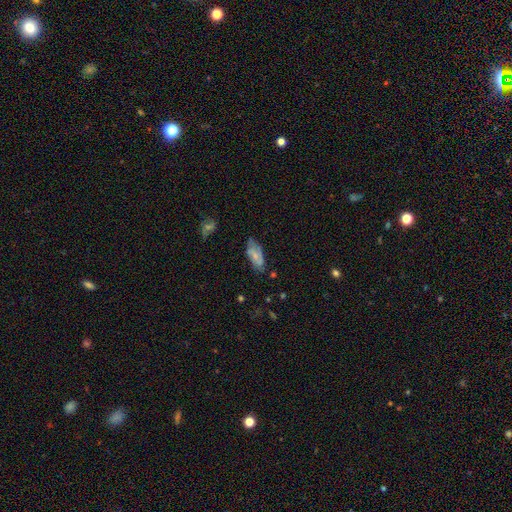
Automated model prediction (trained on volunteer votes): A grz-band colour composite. It shows a smooth galaxy with no disk features (61%) that is in between round and cigar-shaped (84%). Merging: none (62%).